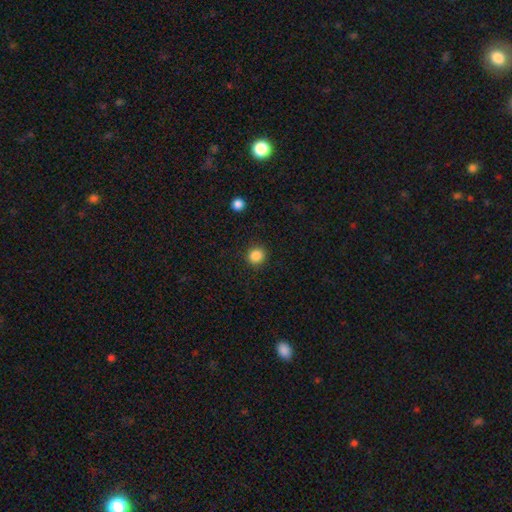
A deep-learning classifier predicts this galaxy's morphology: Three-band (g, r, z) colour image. It shows a smooth galaxy with no disk features (86%) that is round (91%). Merging: none (91%).